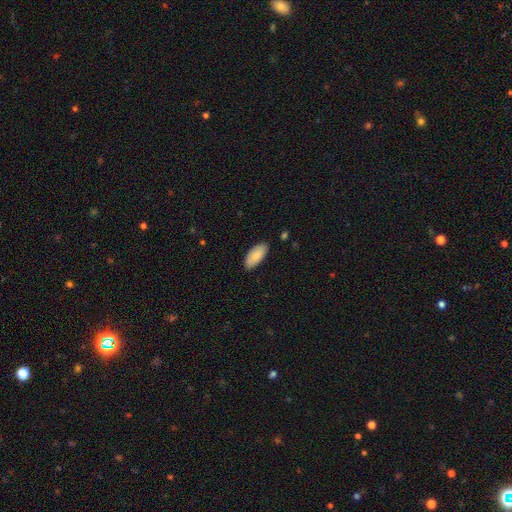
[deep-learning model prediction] The model was most divided on "merging": none: 87%, minor disturbance: 10%, major disturbance: 2%, merger: 1%. More confident: how rounded — in between (89%); smooth or featured — smooth (86%).